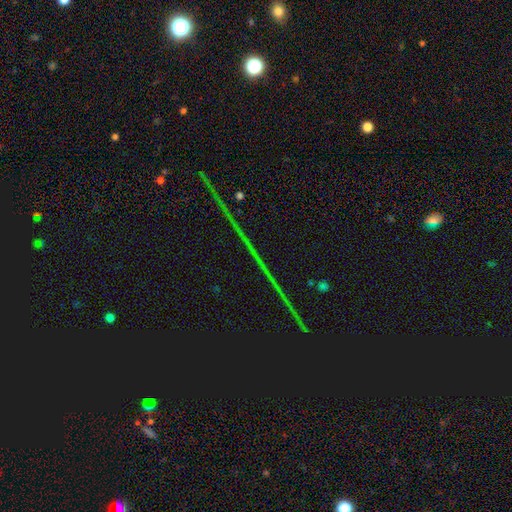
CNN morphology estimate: A star or artifact, not a galaxy (81%).

Vote fractions:
- Smooth or featured? star or artifact: 81% / featured or disk: 10% / smooth: 9%